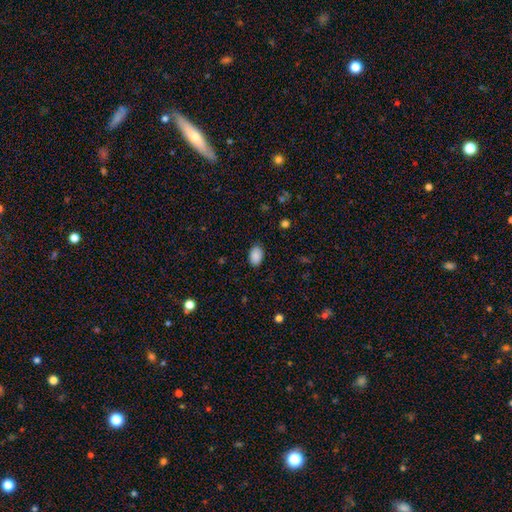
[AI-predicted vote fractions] A smooth galaxy with no disk features (89%) that is in between round and cigar-shaped (90%).

Vote fractions:
- Smooth or featured? smooth: 89% / star or artifact: 8% / featured or disk: 3%
- How rounded? in between: 90% / round: 9% / cigar-shaped: 1%
- Merging? none: 85% / minor disturbance: 11% / major disturbance: 3% / merger: 1%